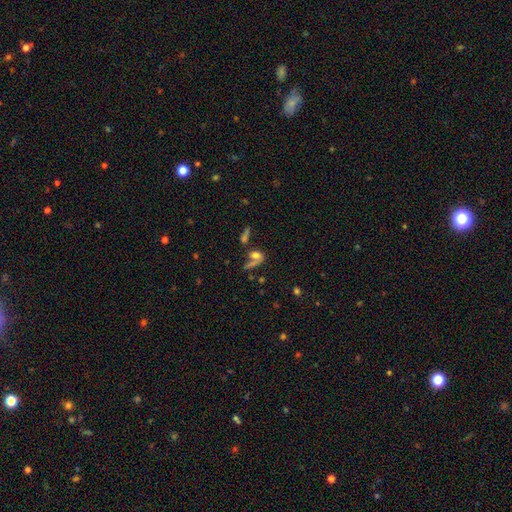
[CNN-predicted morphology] The model was most divided on "merging": merger: 39%, none: 33%, major disturbance: 16%, minor disturbance: 12%. More confident: how rounded — in between (63%); smooth or featured — smooth (55%).